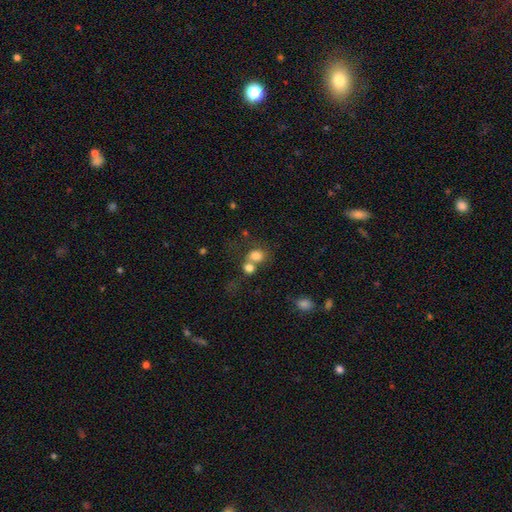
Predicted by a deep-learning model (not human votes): Overall: smooth (77%). How rounded: round (57%; in between 42%). Merging: merger (49%; none 34%).